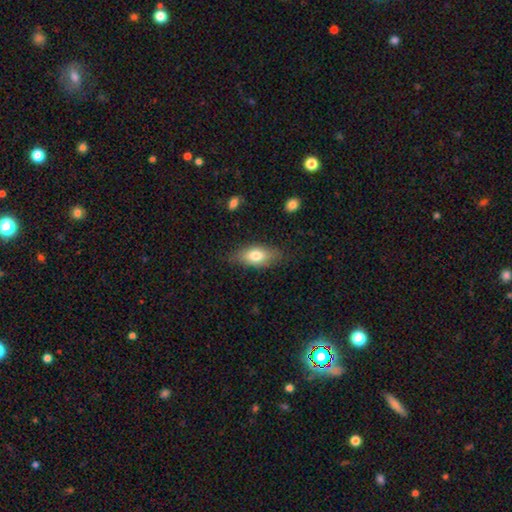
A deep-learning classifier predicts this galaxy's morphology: Q: Smooth or featured?
A: smooth (75%); runner-up: featured or disk (19%)
Q: How rounded?
A: in between (84%); runner-up: cigar-shaped (12%)
Q: Merging?
A: none (76%); runner-up: minor disturbance (18%)